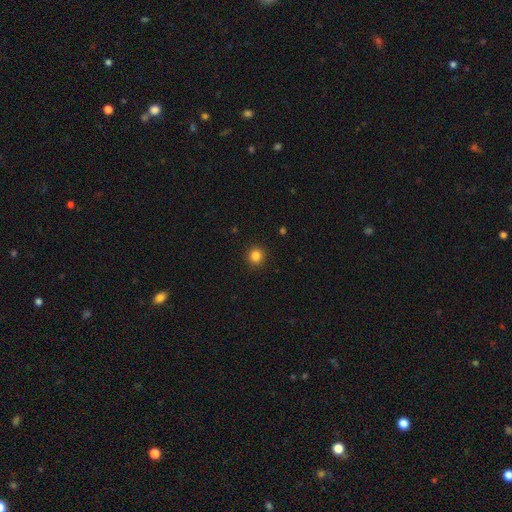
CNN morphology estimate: Smooth or featured: smooth — 84% (star or artifact — 12%)
How rounded: round — 91% (in between — 8%)
Merging: none — 92% (minor disturbance — 5%)